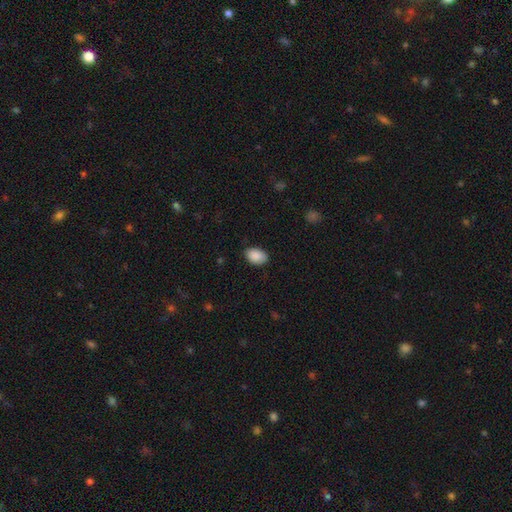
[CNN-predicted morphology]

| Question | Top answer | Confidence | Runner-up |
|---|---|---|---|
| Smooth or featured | smooth | 90% | star or artifact (7%) |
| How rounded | in between | 87% | round (12%) |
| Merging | none | 84% | minor disturbance (13%) |